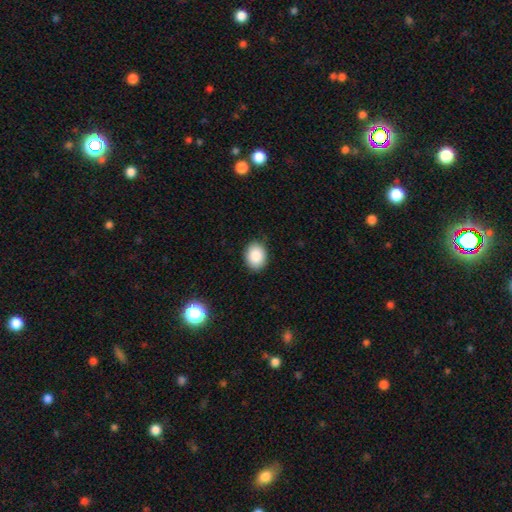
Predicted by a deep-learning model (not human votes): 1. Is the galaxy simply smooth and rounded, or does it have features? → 87% smooth, 8% star or artifact, 5% featured or disk.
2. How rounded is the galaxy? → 64% in between, 35% round, 1% cigar-shaped.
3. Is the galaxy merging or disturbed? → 85% none, 11% minor disturbance, 2% major disturbance, 1% merger.